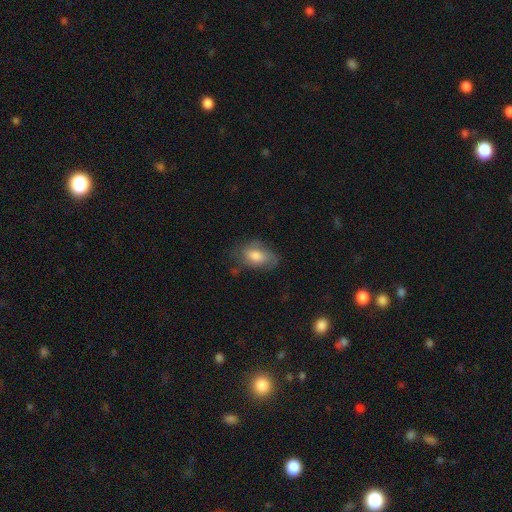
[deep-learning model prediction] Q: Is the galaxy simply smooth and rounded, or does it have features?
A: smooth — 72%.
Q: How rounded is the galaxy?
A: in between — 89%.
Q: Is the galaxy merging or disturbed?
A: none — 57%.